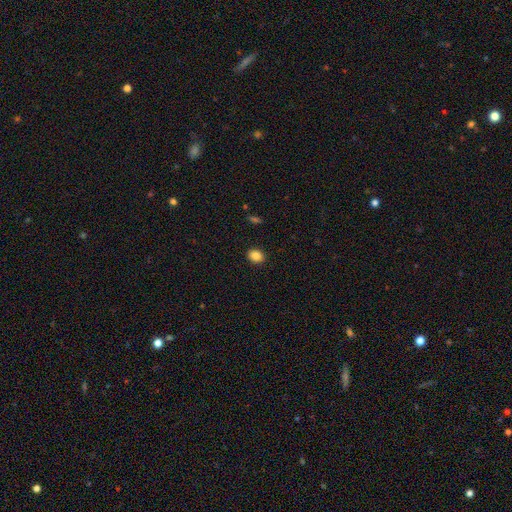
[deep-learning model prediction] smooth_or_featured: smooth (p=0.87) [alt: star or artifact p=0.09]
how_rounded: in between (p=0.52) [alt: round p=0.47]
merging: none (p=0.91) [alt: minor disturbance p=0.06]